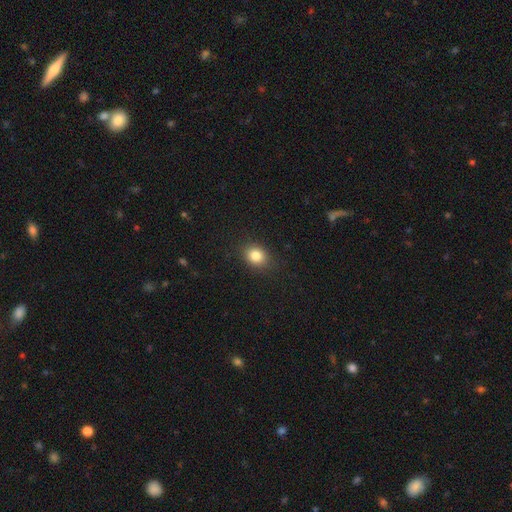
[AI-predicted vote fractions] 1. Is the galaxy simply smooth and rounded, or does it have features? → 83% smooth, 11% star or artifact, 6% featured or disk.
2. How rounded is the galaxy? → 55% round, 44% in between, 1% cigar-shaped.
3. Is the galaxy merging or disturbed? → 87% none, 9% minor disturbance, 3% major disturbance, 1% merger.